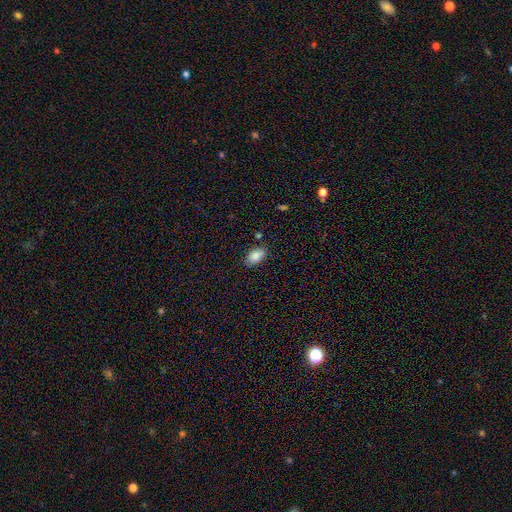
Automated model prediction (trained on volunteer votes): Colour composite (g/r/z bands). It shows a smooth galaxy with no disk features (84%) that is in between round and cigar-shaped (92%). Merging: none (82%).